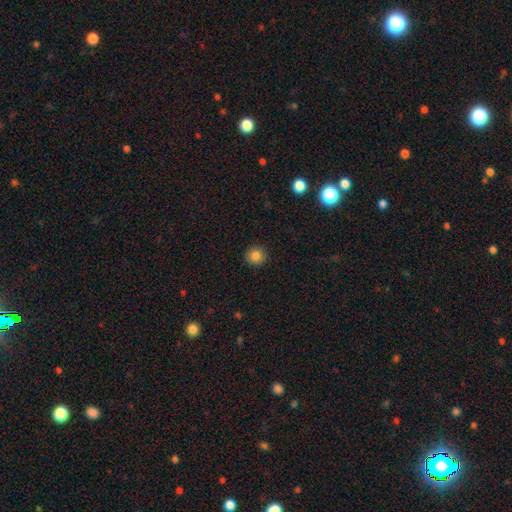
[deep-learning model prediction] Morphology: type=smooth (84%); roundness=round (92%); merging=none (92%).